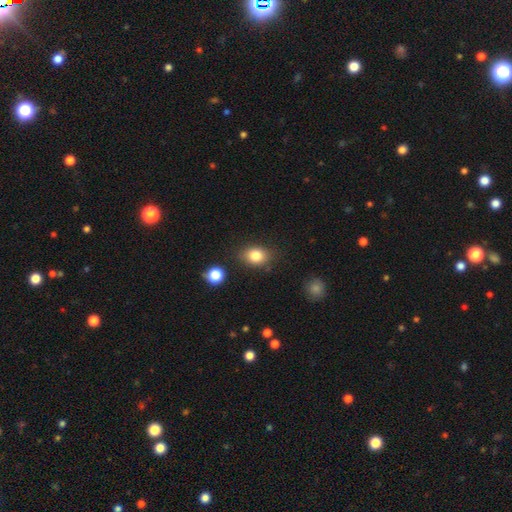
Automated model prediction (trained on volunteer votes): This is clearly a smooth galaxy (82%). How rounded: possibly in between (56%). Merging: likely none (79%).